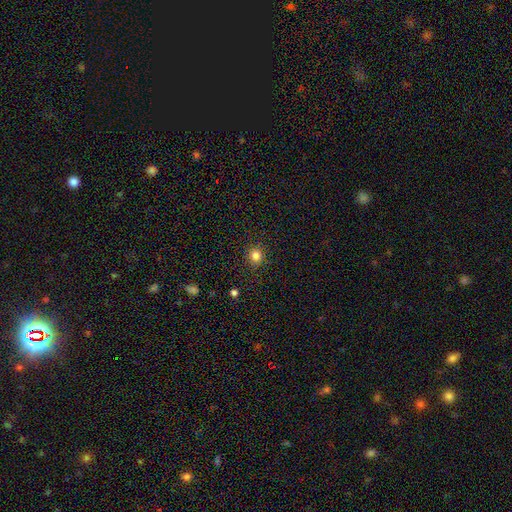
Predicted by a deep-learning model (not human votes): The model was most divided on "smooth or featured": smooth: 82%, star or artifact: 13%, featured or disk: 5%. More confident: merging — none (91%); how rounded — round (91%).